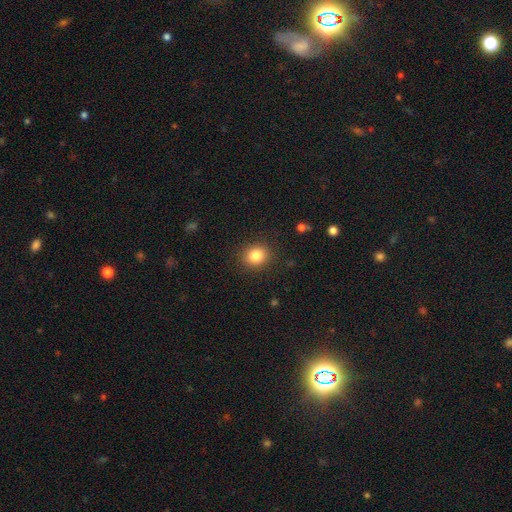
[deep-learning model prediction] This is clearly a smooth galaxy (84%). How rounded: likely round (76%). Merging: clearly none (89%).